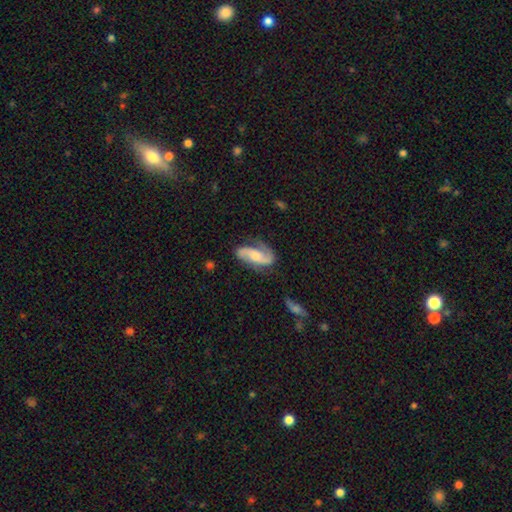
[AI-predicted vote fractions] The model was most divided on "spiral winding": medium: 43%, loose: 39%, tight: 18%. Remaining: edge-on disk — no (96%); spiral arms — yes (96%); spiral arm count — 2 (86%); smooth or featured — featured or disk (80%); merging — none (65%); bar — no (53%); bulge size — moderate (47%).